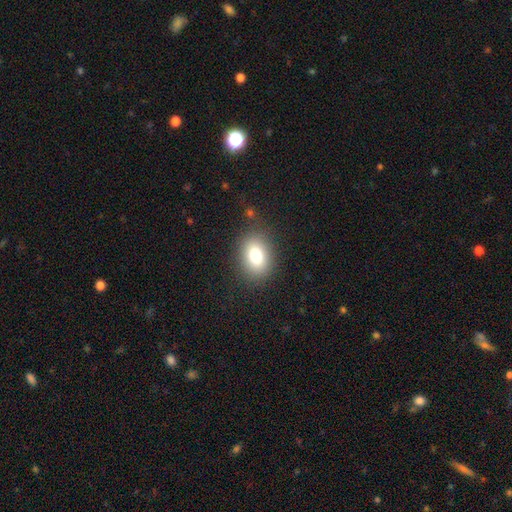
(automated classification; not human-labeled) Smooth or featured?
  - smooth: 78% *
  - star or artifact: 11%
  - featured or disk: 11%
How rounded?
  - in between: 67% *
  - round: 32%
  - cigar-shaped: 1%
Merging?
  - none: 85% *
  - minor disturbance: 10%
  - major disturbance: 4%
  - merger: 2%